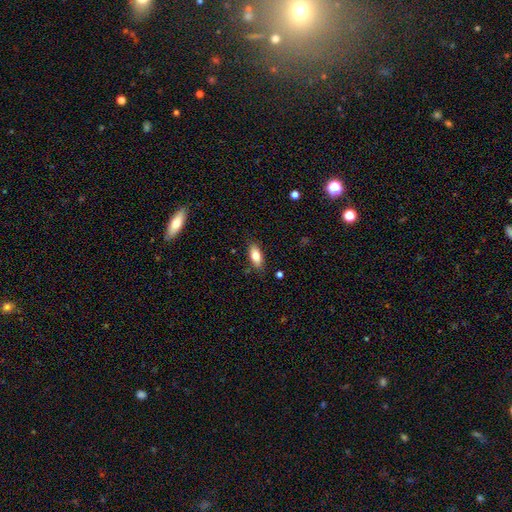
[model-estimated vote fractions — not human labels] Overall: smooth (80%). How rounded: in between (84%). Merging: none (84%).